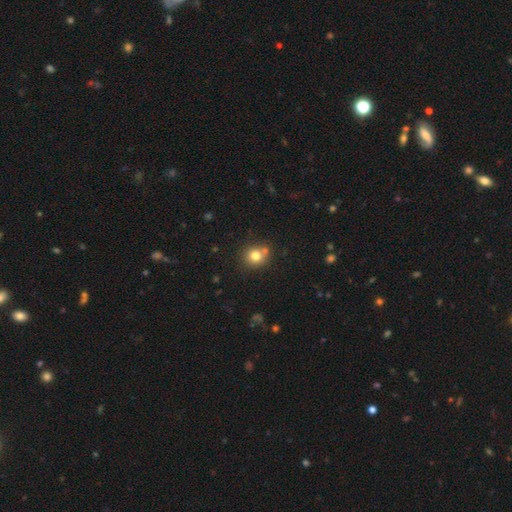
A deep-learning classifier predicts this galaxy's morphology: type=smooth (78%); roundness=round (81%); merging=none (67%).